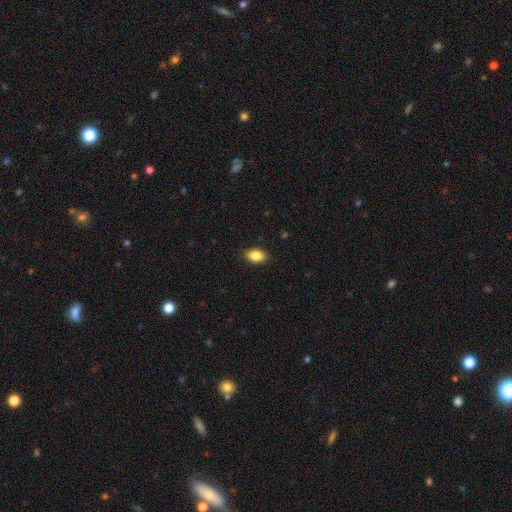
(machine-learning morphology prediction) Smooth or featured: smooth — 86% (star or artifact — 8%)
How rounded: in between — 88% (round — 11%)
Merging: none — 89% (minor disturbance — 9%)